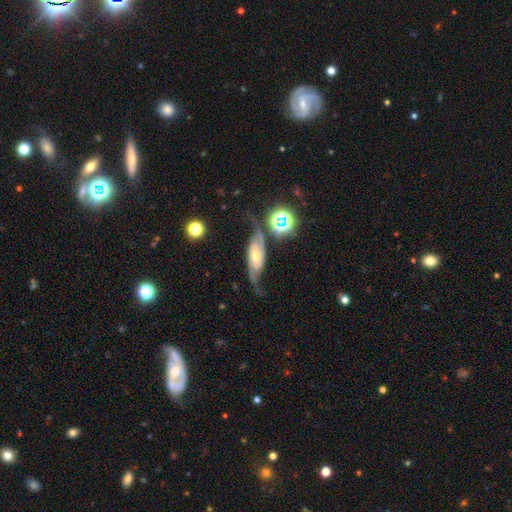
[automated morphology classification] Overall: featured or disk (78%). Edge-on disk: no (88%). Bar: no (52%; weak 31%). Spiral arms: yes (95%). Spiral arm count: 2 (90%). Spiral winding: loose (61%; medium 28%). Bulge size: moderate (51%; small 39%). Merging: none (60%).